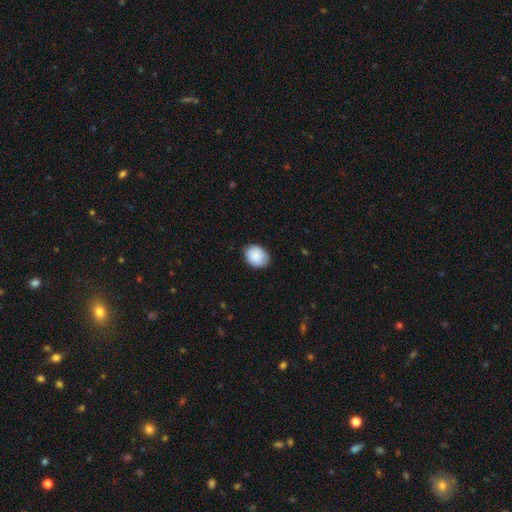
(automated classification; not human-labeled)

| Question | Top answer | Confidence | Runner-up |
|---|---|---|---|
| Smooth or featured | smooth | 86% | featured or disk (7%) |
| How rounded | in between | 61% | round (38%) |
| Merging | none | 77% | minor disturbance (19%) |